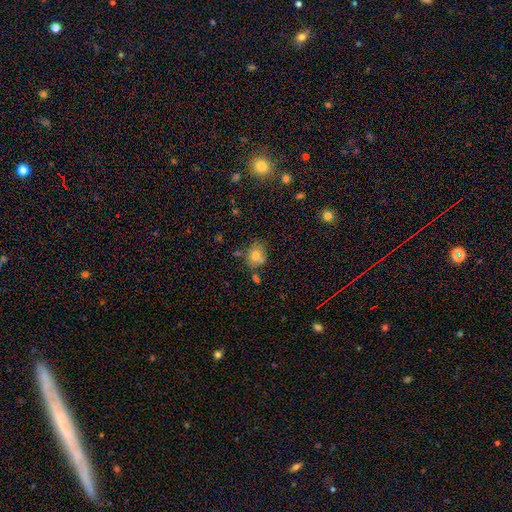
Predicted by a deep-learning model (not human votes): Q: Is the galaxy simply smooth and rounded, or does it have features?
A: smooth — 72%.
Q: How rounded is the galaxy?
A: round — 54%.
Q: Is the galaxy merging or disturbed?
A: none — 56%.